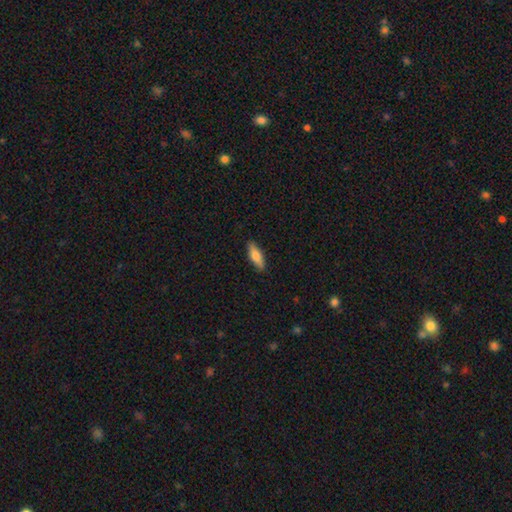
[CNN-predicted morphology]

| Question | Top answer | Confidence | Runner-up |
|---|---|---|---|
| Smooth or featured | smooth | 76% | featured or disk (18%) |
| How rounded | in between | 52% | cigar-shaped (45%) |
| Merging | none | 89% | minor disturbance (9%) |